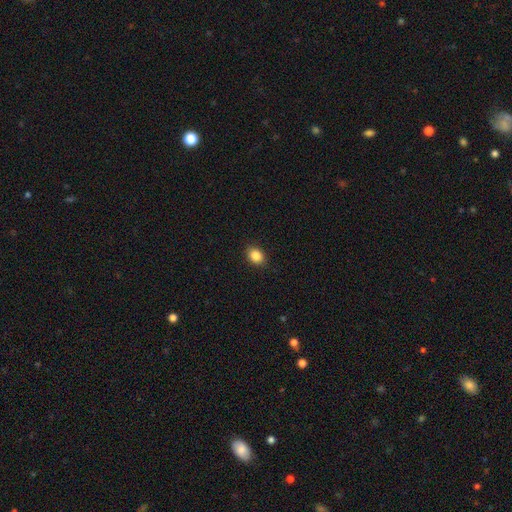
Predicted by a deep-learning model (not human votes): This is clearly a smooth galaxy (87%). How rounded: possibly in between (57%). Merging: clearly none (89%).